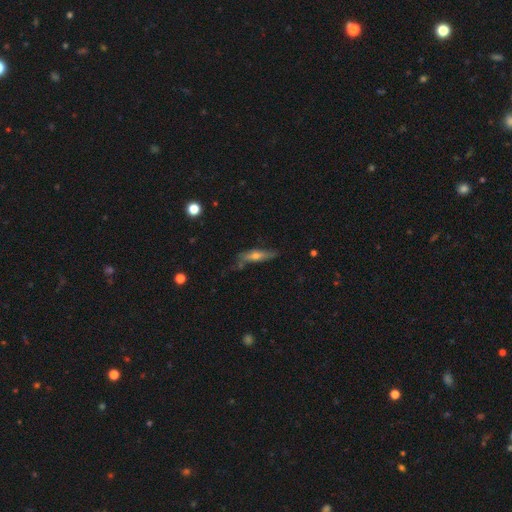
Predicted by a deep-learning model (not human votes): smooth-or-featured: featured or disk: 47% | smooth: 46% | star or artifact: 7%
  merging: none: 61% | minor disturbance: 26% | major disturbance: 8% | merger: 5%